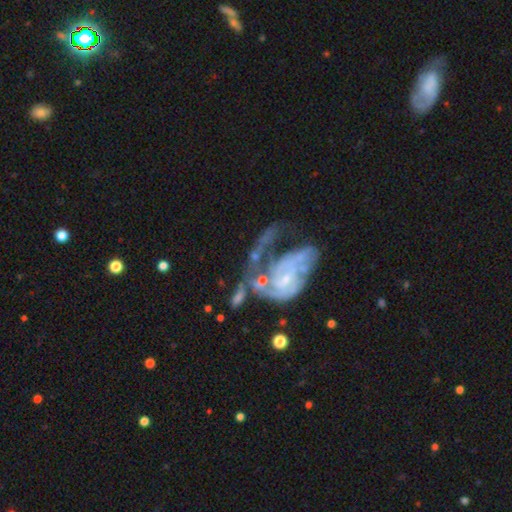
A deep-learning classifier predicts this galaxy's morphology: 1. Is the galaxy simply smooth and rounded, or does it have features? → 82% featured or disk, 11% smooth, 7% star or artifact.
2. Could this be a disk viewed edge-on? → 97% no, 3% yes.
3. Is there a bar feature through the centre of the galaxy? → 60% no, 32% weak, 8% strong.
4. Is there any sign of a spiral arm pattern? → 85% yes, 15% no.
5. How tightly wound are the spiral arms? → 42% tight, 36% medium, 22% loose.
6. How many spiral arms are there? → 35% 2, 31% can't tell, 16% 1, 10% 3, 4% 4, 4% more than 4.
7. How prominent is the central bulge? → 69% small, 18% moderate, 11% none, 2% large, 1% dominant.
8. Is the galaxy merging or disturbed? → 41% major disturbance, 31% merger, 16% none, 12% minor disturbance.